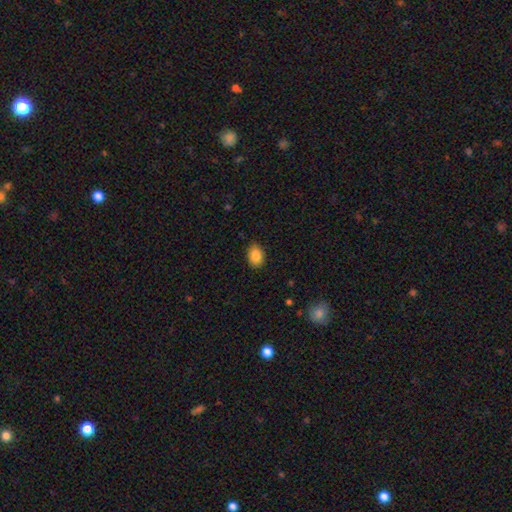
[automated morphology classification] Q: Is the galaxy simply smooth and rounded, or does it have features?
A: smooth — 86%.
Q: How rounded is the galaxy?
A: in between — 73%.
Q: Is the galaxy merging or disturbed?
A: none — 86%.